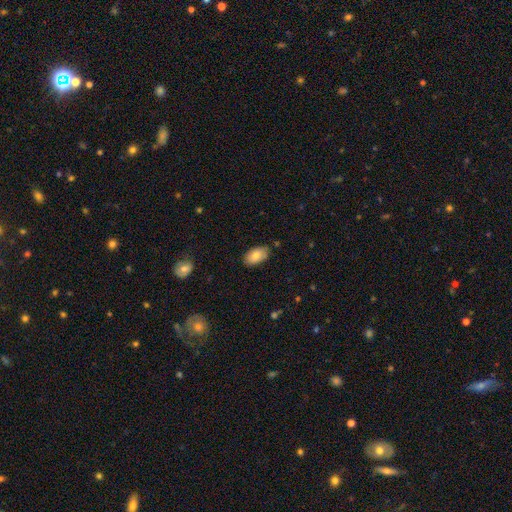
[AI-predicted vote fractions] This appears to be a smooth galaxy with no disk features (79%) that is in between round and cigar-shaped (94%). Merging: none (84%).